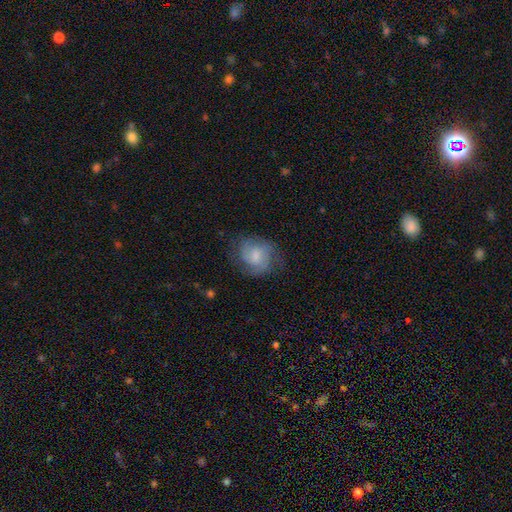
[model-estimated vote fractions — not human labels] The model was most divided on "bulge size": moderate: 41%, small: 40%, none: 13%, large: 5%, dominant: 1%. Remaining: edge-on disk — no (98%); spiral arms — yes (89%); merging — none (66%); smooth or featured — featured or disk (57%); bar — weak (48%).